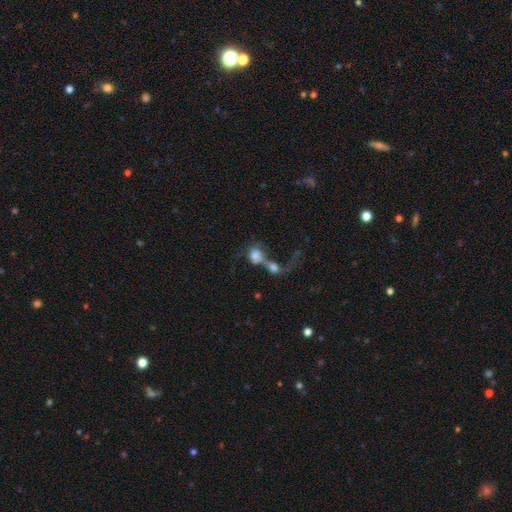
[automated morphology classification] Smooth or featured?
  - smooth: 61% *
  - featured or disk: 27%
  - star or artifact: 11%
How rounded?
  - round: 59% *
  - in between: 38%
  - cigar-shaped: 3%
Merging?
  - merger: 73% *
  - major disturbance: 13%
  - none: 10%
  - minor disturbance: 5%